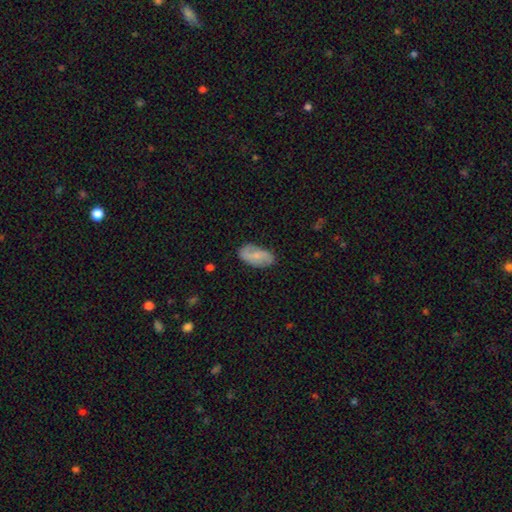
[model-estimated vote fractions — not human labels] Smooth or featured: smooth — 54% (featured or disk — 39%)
How rounded: in between — 93% (cigar-shaped — 4%)
Merging: none — 77% (minor disturbance — 18%)